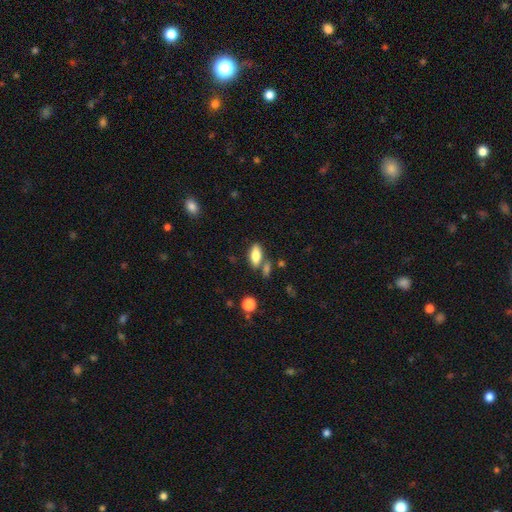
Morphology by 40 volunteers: Smooth or featured?
  - smooth: 80% *
  - featured or disk: 15%
  - star or artifact: 5%
How rounded?
  - in between: 69% *
  - cigar-shaped: 31%
  - round: 0%
Merging?
  - none: 82% *
  - merger: 16%
  - minor disturbance: 3%
  - major disturbance: 0%